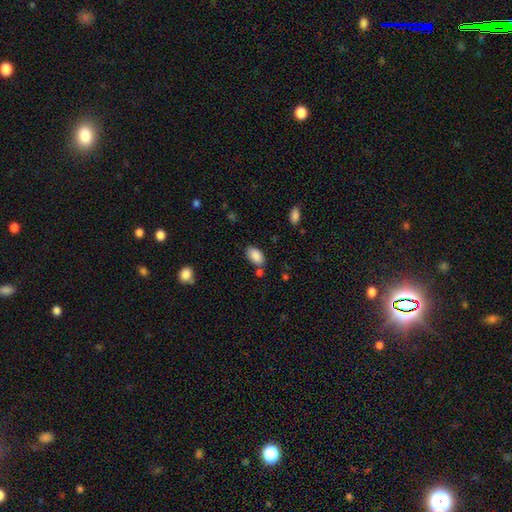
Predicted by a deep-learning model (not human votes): The model was most divided on "merging": none: 71%, minor disturbance: 16%, merger: 9%, major disturbance: 4%. More confident: how rounded — in between (93%); smooth or featured — smooth (88%).